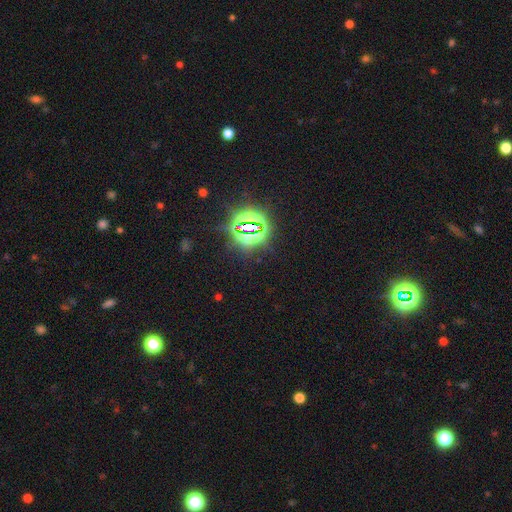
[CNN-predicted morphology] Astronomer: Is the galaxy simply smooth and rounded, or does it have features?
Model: star or artifact — 82%.